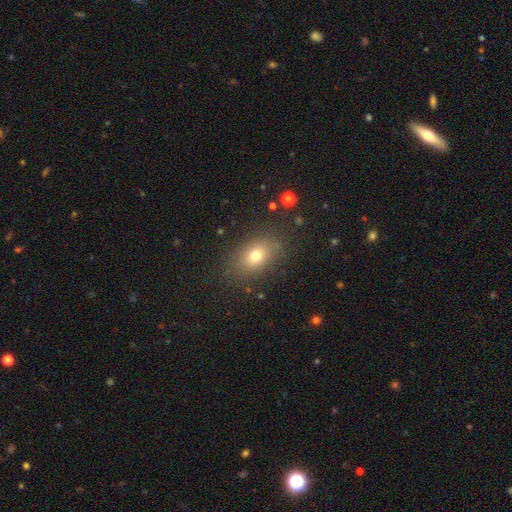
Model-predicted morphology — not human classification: The model was most divided on "how rounded": in between: 76%, round: 22%, cigar-shaped: 2%. More confident: merging — none (82%); smooth or featured — smooth (73%).